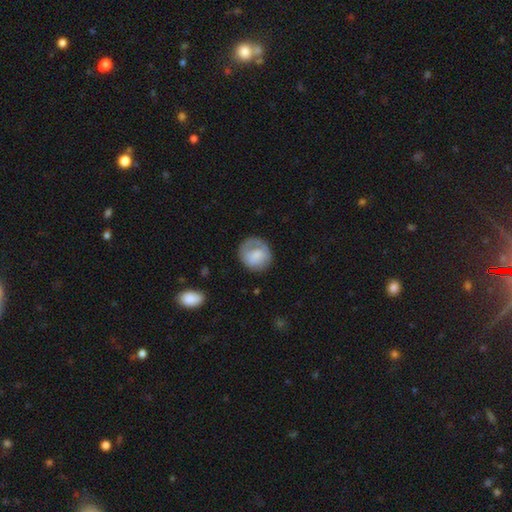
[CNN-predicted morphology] This is likely a smooth galaxy (66%). How rounded: clearly round (82%). Merging: likely none (61%).